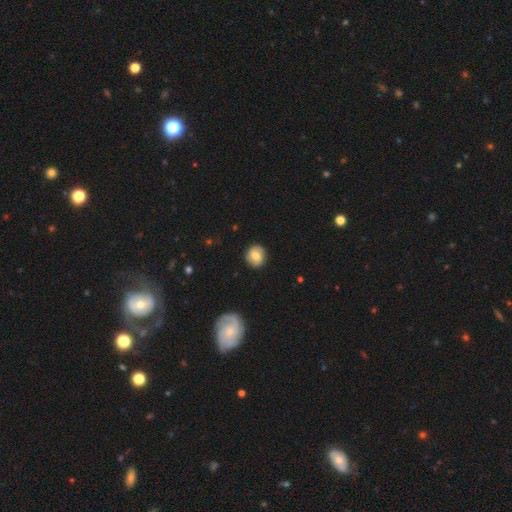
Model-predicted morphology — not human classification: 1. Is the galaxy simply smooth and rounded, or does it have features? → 66% smooth, 26% featured or disk, 8% star or artifact.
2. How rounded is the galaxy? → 76% round, 22% in between, 1% cigar-shaped.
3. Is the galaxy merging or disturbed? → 87% none, 9% minor disturbance, 2% major disturbance, 1% merger.